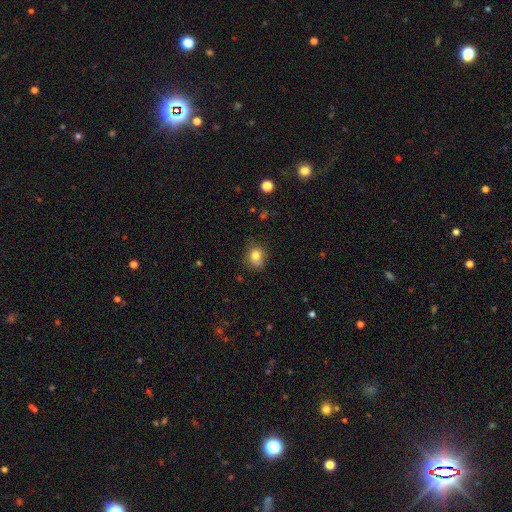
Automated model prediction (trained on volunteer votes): Overall: smooth (80%). How rounded: round (68%; in between 31%). Merging: none (73%).